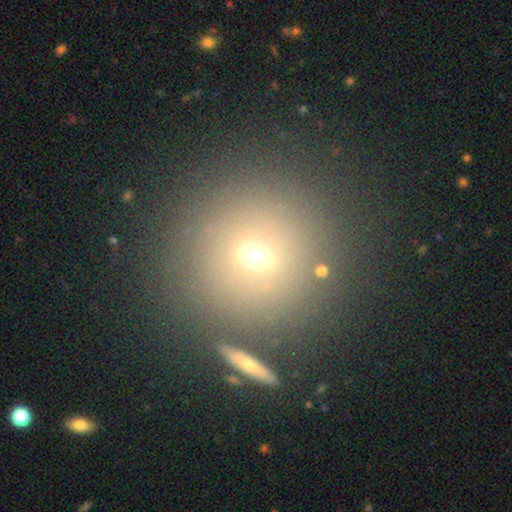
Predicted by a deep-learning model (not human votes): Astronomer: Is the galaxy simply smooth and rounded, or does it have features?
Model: smooth — 60%.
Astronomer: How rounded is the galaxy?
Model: round — 85%.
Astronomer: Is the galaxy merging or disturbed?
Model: none — 76%.